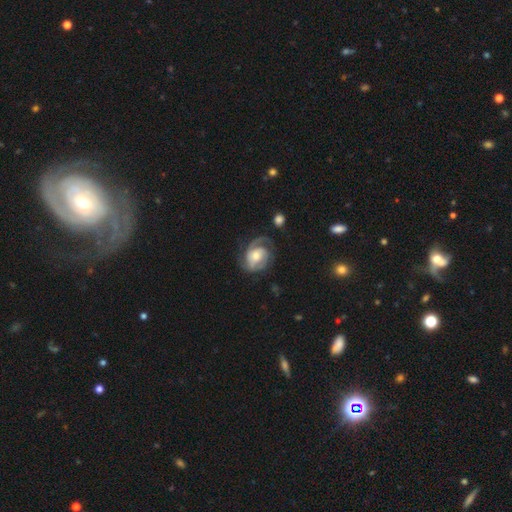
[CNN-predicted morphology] Q: Smooth or featured?
A: featured or disk (84%); runner-up: smooth (12%)
Q: Edge-on disk?
A: no (98%); runner-up: yes (2%)
Q: Bar?
A: no (61%); runner-up: weak (31%)
Q: Spiral arms?
A: yes (96%); runner-up: no (4%)
Q: Spiral winding?
A: tight (54%); runner-up: medium (36%)
Q: Spiral arm count?
A: 2 (51%); runner-up: 3 (17%)
Q: Bulge size?
A: moderate (59%); runner-up: small (25%)
Q: Merging?
A: none (62%); runner-up: minor disturbance (21%)